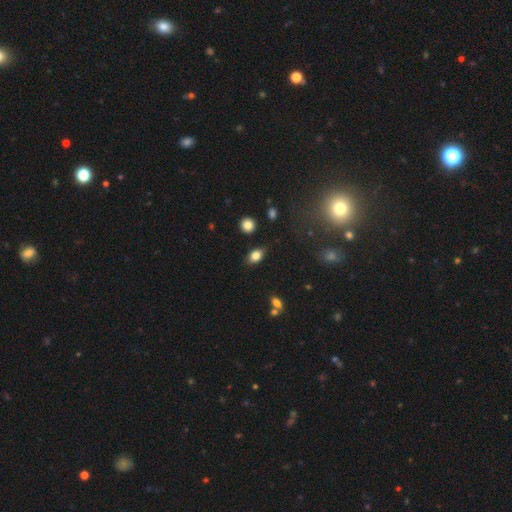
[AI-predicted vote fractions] A smooth galaxy with no disk features (82%) that is in between round and cigar-shaped (82%).

Vote fractions:
- Smooth or featured? smooth: 82% / featured or disk: 9% / star or artifact: 9%
- How rounded? in between: 82% / round: 16% / cigar-shaped: 2%
- Merging? none: 82% / minor disturbance: 12% / merger: 3% / major disturbance: 3%